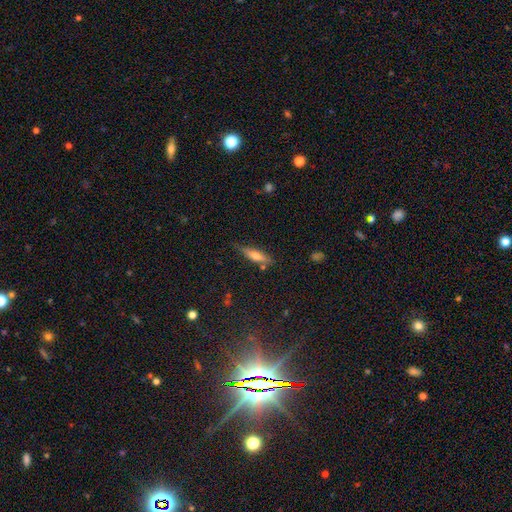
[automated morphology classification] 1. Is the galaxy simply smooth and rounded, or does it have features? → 62% smooth, 29% featured or disk, 8% star or artifact.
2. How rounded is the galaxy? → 64% cigar-shaped, 34% in between, 2% round.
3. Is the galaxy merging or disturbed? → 71% none, 20% minor disturbance, 4% major disturbance, 4% merger.